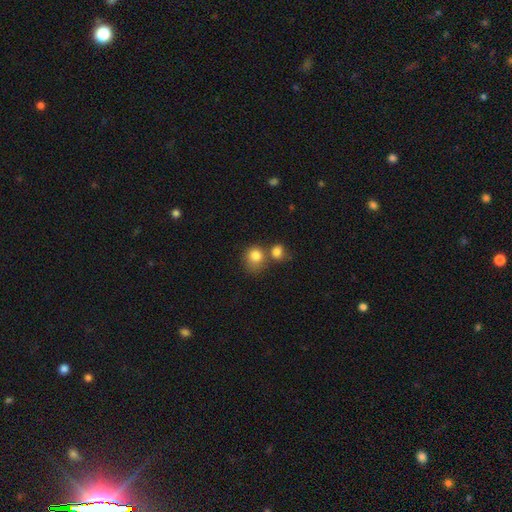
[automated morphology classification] smooth 82%, star or artifact 10%, featured or disk 8%. Down the decision tree: how rounded — round (80%); merging — none (47%).